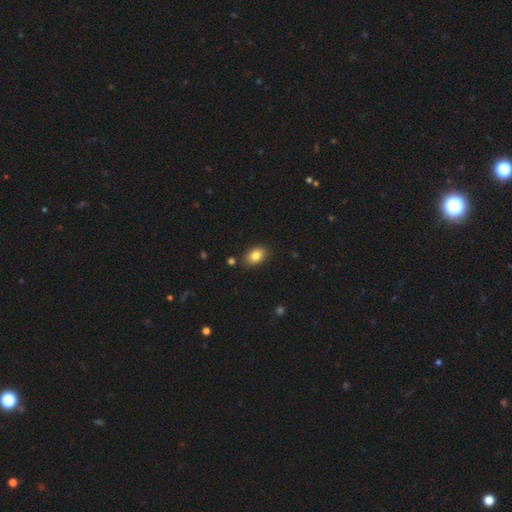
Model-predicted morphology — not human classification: A smooth galaxy with no disk features (83%) that is in between round and cigar-shaped (81%). Merging: none (85%).